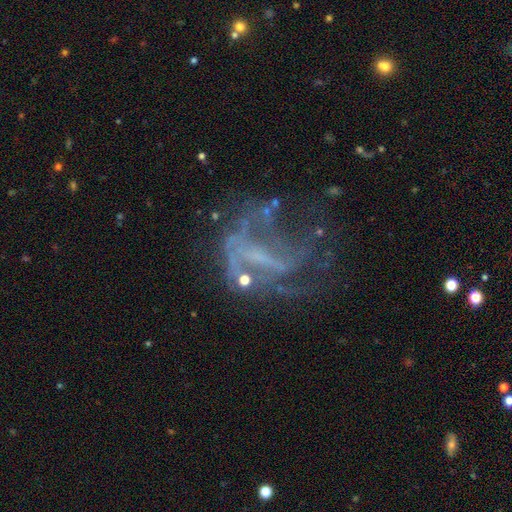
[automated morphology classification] This is likely a featured or disk galaxy (69%). It is clearly not viewed edge-on (97%). Bar: possibly no (51%). Spiral arm pattern: possibly no (59%). Central bulge: likely none (61%). Merging: possibly major disturbance (46%).